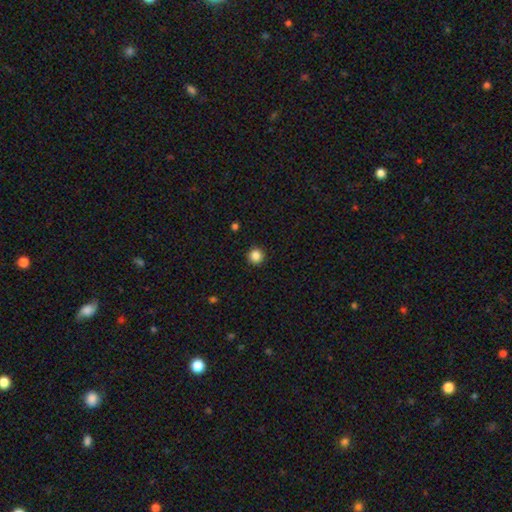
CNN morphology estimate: A smooth galaxy with no disk features (86%) that is round (96%). Merging: none (93%).